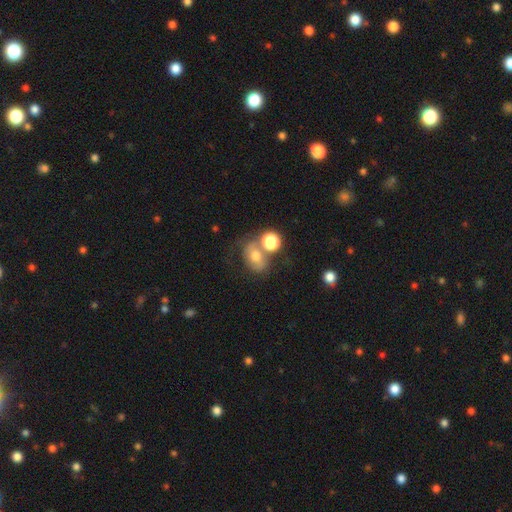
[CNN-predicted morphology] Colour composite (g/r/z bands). It shows a smooth galaxy with no disk features (61%) that is in between round and cigar-shaped (55%). Merging: none (43%).